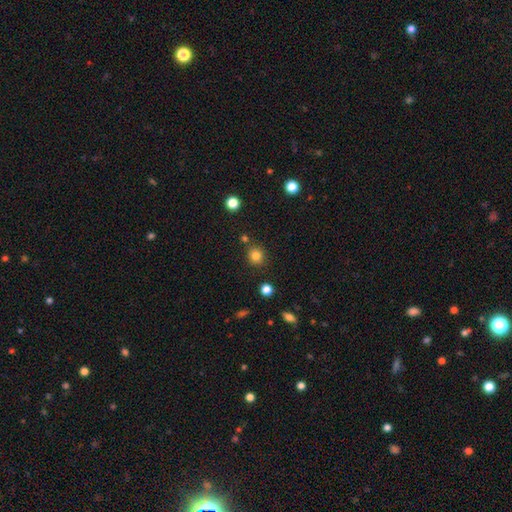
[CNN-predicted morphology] smooth_or_featured: smooth (p=0.82) [alt: star or artifact p=0.13]
how_rounded: round (p=0.88) [alt: in between p=0.11]
merging: none (p=0.83) [alt: minor disturbance p=0.08]